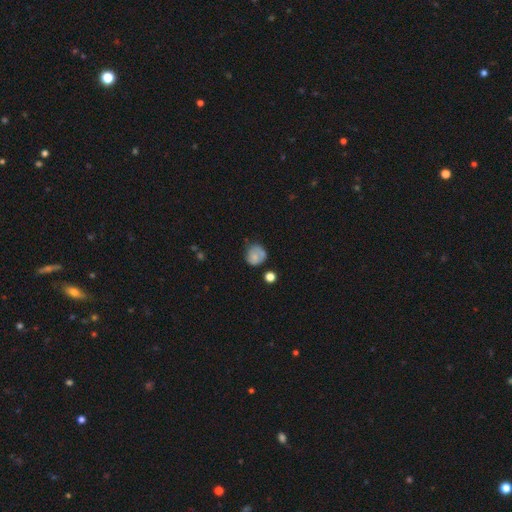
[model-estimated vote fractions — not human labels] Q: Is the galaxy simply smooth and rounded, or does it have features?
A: smooth — 67%.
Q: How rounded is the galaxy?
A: round — 79%.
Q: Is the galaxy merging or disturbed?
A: none — 53%.